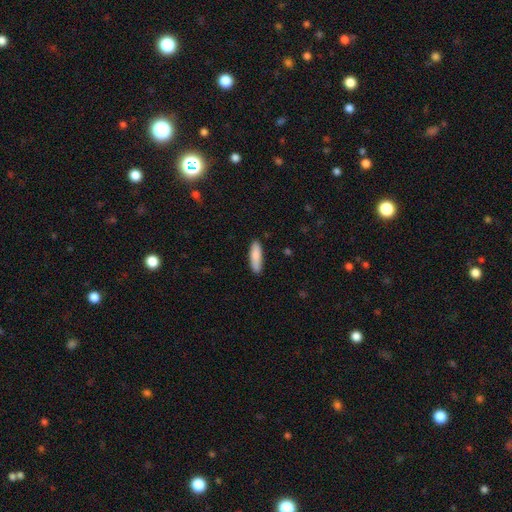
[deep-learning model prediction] This appears to be a smooth galaxy with no disk features (87%) that is cigar-shaped (58%). Merging: none (86%).